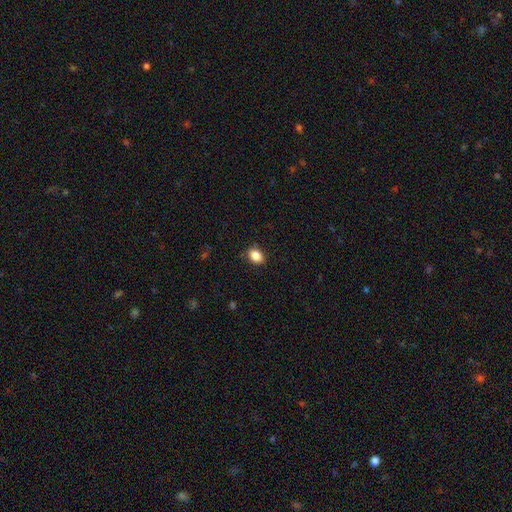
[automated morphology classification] smooth-or-featured: smooth: 86% | star or artifact: 9% | featured or disk: 5%
  how-rounded: in between: 71% | round: 28% | cigar-shaped: 1%
  merging: none: 86% | minor disturbance: 11% | major disturbance: 2% | merger: 1%